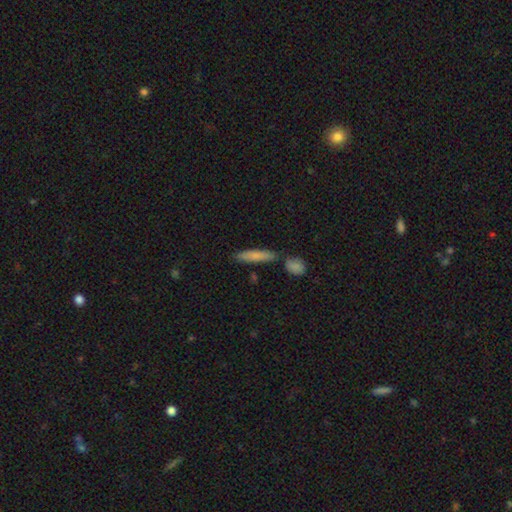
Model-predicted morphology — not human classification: This is likely a smooth galaxy (78%). How rounded: clearly cigar-shaped (83%). Merging: likely none (76%).